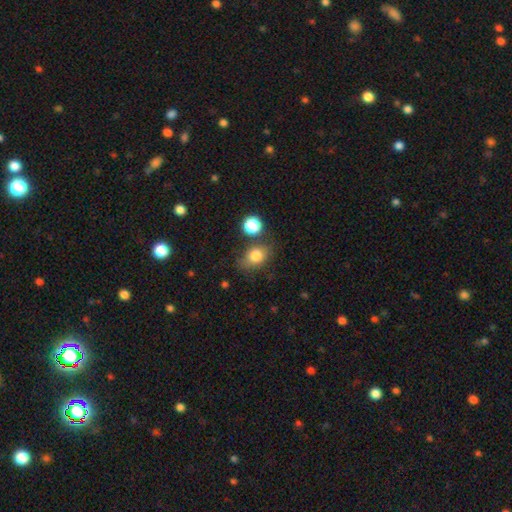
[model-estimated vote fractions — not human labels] This appears to be a smooth galaxy with no disk features (79%) that is in between round and cigar-shaped (64%). Merging: none (67%).